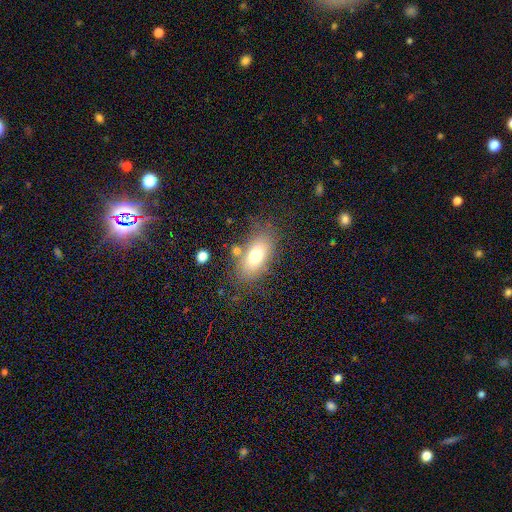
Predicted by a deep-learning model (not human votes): Smooth or featured: smooth — 70% (featured or disk — 20%)
How rounded: in between — 87% (round — 7%)
Merging: none — 69% (minor disturbance — 16%)